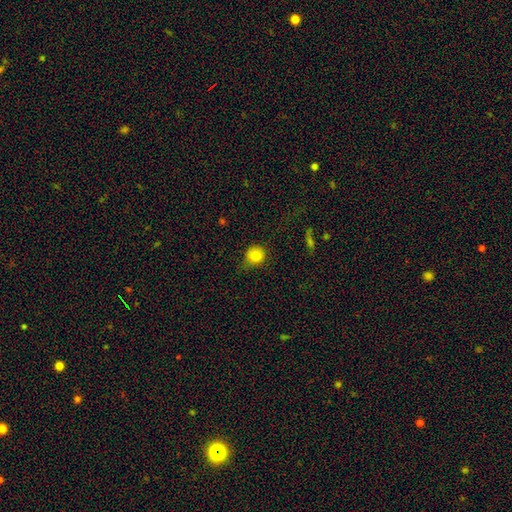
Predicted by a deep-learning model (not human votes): This appears to be a smooth galaxy with no disk features (82%) that is round (88%). Merging: none (67%).